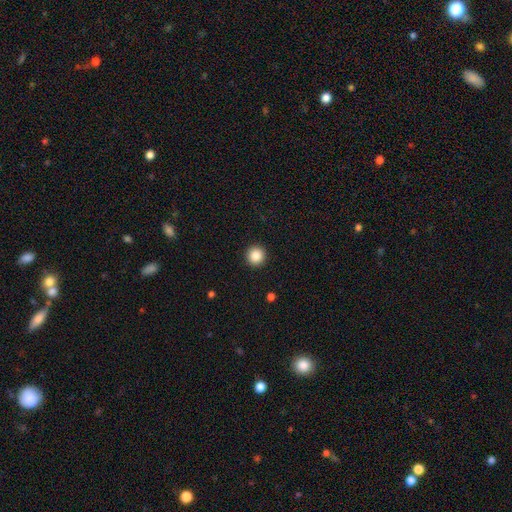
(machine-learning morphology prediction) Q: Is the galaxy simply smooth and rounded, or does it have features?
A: smooth — 87%.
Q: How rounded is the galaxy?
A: round — 96%.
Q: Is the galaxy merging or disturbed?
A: none — 93%.